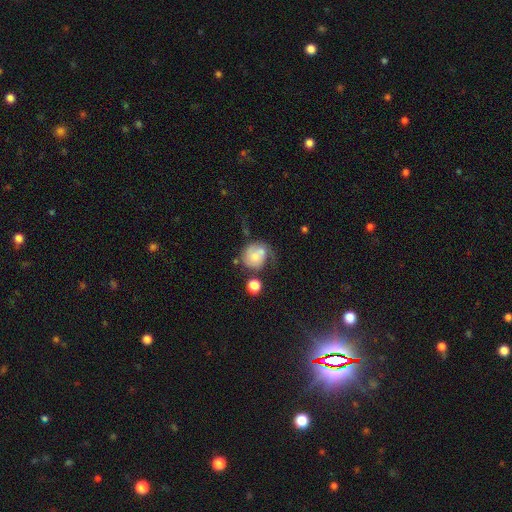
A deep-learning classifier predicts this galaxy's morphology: smooth_or_featured: smooth (p=0.48) [alt: featured or disk p=0.43]
merging: none (p=0.33) [alt: merger p=0.24]